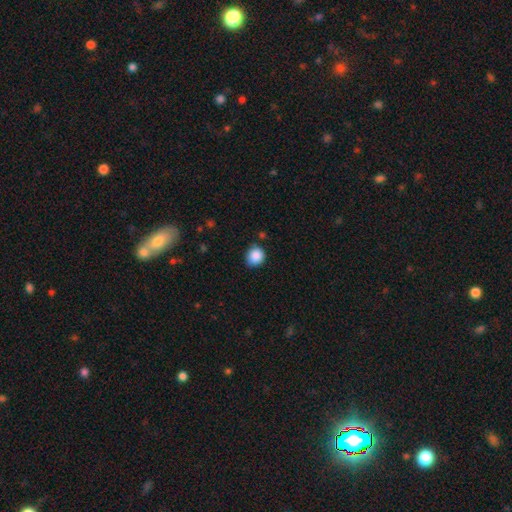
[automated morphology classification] This appears to be a smooth galaxy with no disk features (88%) that is round (85%). Merging: none (80%).